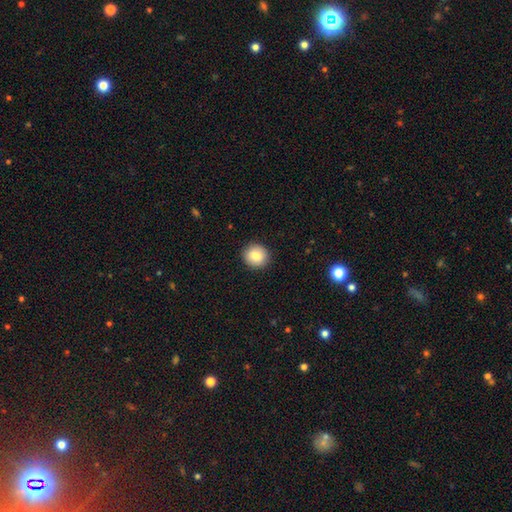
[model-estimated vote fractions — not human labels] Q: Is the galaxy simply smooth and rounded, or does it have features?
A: smooth — 83%.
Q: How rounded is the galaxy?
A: round — 89%.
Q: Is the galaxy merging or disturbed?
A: none — 91%.